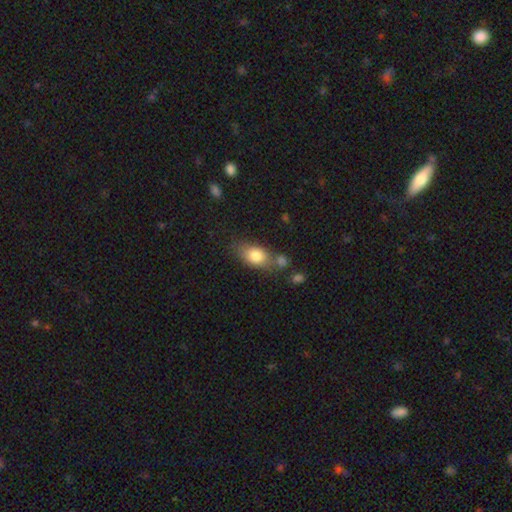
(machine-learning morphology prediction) Q: Smooth or featured?
A: smooth (80%); runner-up: featured or disk (12%)
Q: How rounded?
A: in between (80%); runner-up: round (15%)
Q: Merging?
A: none (56%); runner-up: minor disturbance (19%)